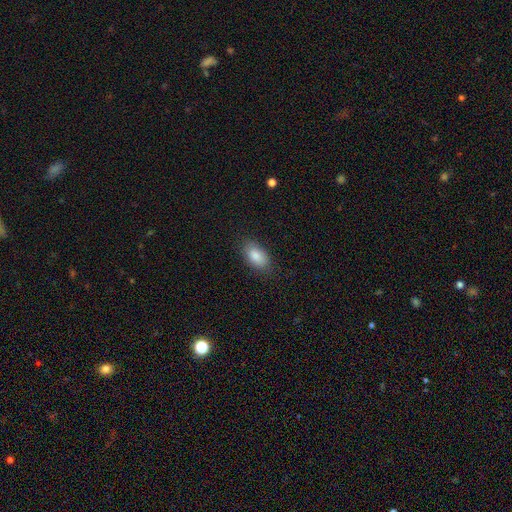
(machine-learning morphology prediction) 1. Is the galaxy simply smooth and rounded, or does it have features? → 86% smooth, 7% star or artifact, 7% featured or disk.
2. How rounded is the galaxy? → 92% in between, 5% round, 3% cigar-shaped.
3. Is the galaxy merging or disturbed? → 85% none, 11% minor disturbance, 3% major disturbance, 1% merger.